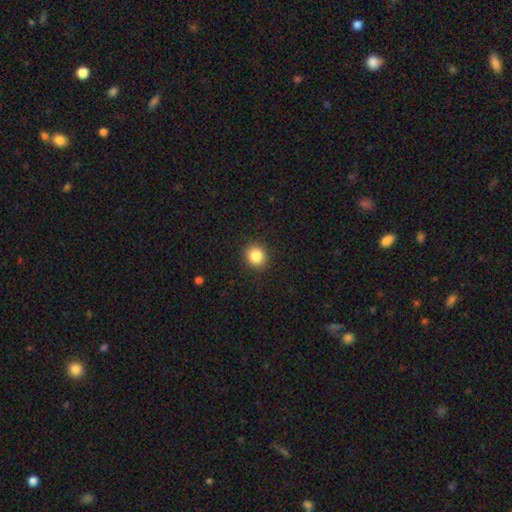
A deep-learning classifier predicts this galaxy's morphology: This appears to be a smooth galaxy with no disk features (85%) that is round (85%). Merging: none (90%).